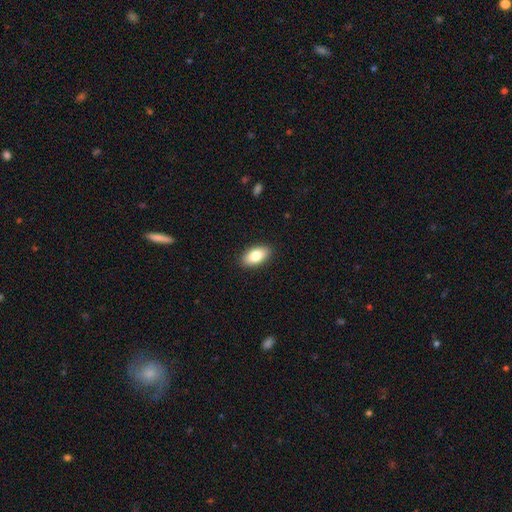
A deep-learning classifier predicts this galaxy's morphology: A smooth galaxy with no disk features (82%) that is in between round and cigar-shaped (93%).

Vote fractions:
- Smooth or featured? smooth: 82% / featured or disk: 12% / star or artifact: 7%
- How rounded? in between: 93% / cigar-shaped: 4% / round: 4%
- Merging? none: 89% / minor disturbance: 8% / major disturbance: 2% / merger: 1%